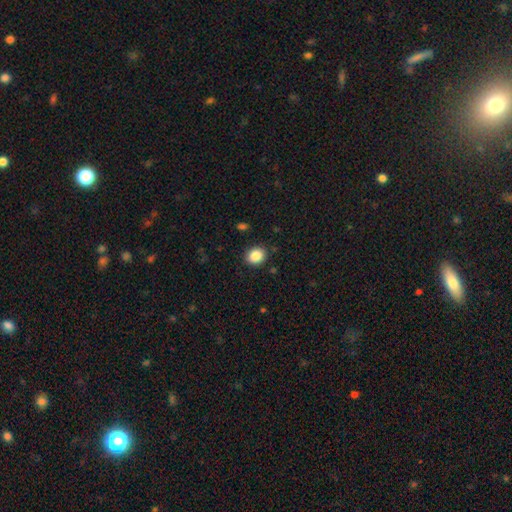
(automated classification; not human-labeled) A smooth galaxy with no disk features (87%) that is round (66%).

Vote fractions:
- Smooth or featured? smooth: 87% / star or artifact: 9% / featured or disk: 4%
- How rounded? round: 66% / in between: 33% / cigar-shaped: 1%
- Merging? none: 89% / minor disturbance: 8% / major disturbance: 2% / merger: 1%